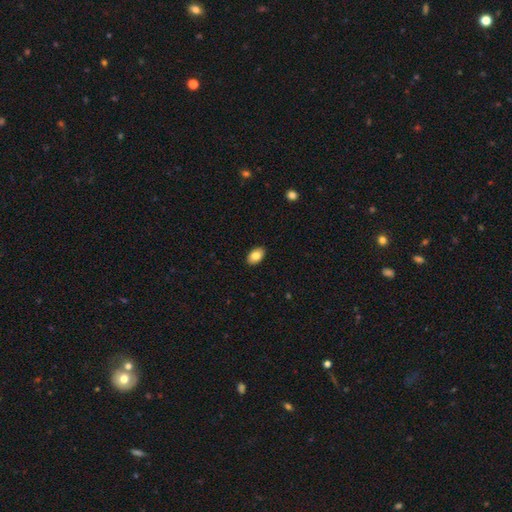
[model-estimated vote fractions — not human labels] Smooth or featured? smooth (84%)
How rounded? in between (92%)
Merging? none (90%)